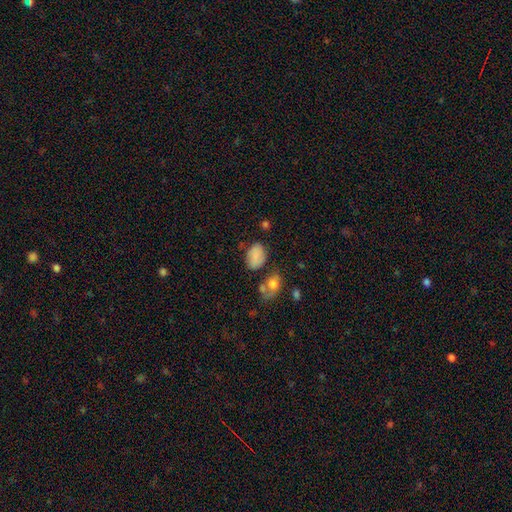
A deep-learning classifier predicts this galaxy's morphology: Overall: smooth (80%). How rounded: in between (79%). Merging: none (63%).